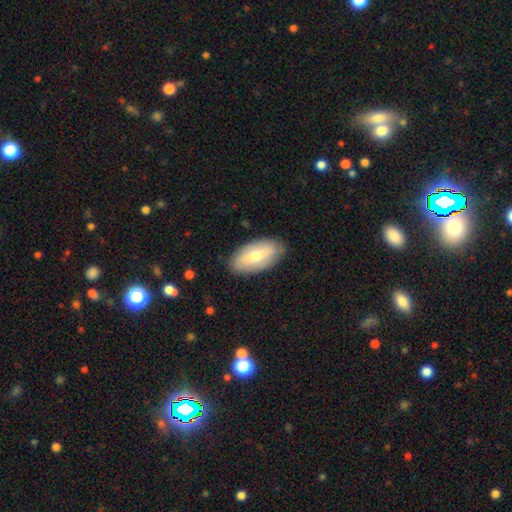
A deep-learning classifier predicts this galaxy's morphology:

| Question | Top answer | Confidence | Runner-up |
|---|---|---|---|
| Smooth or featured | smooth | 56% | featured or disk (38%) |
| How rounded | in between | 91% | cigar-shaped (6%) |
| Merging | none | 86% | minor disturbance (10%) |